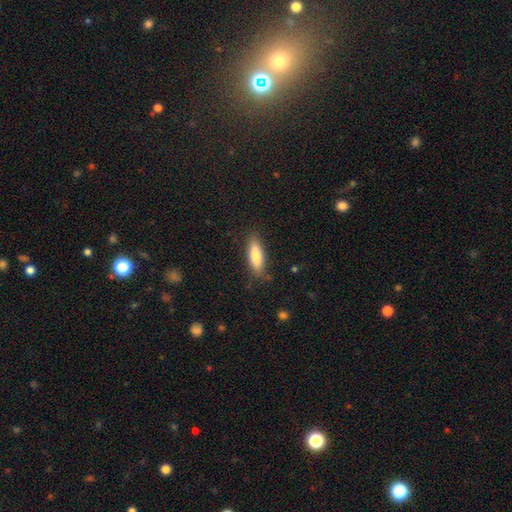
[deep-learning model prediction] smooth-or-featured: smooth: 80% | featured or disk: 14% | star or artifact: 6%
  how-rounded: in between: 50% | cigar-shaped: 48% | round: 2%
  merging: none: 82% | minor disturbance: 13% | major disturbance: 3% | merger: 2%